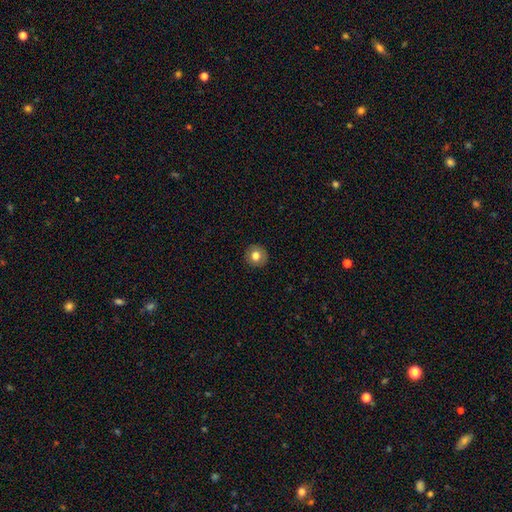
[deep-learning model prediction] This appears to be a smooth galaxy with no disk features (77%) that is round (92%). Merging: none (91%).